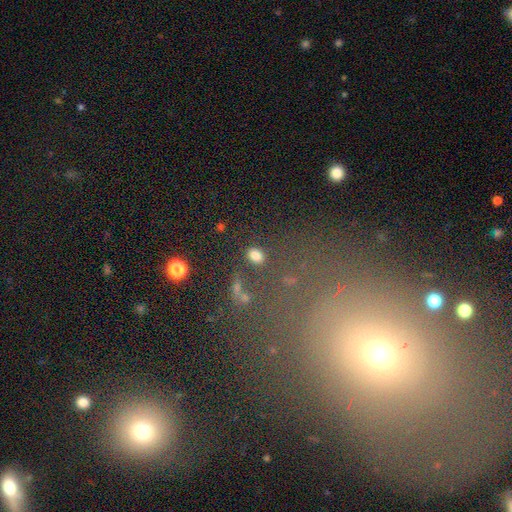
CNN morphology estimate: Smooth or featured? Predicted: smooth (p=0.79). How rounded? Predicted: in between (p=0.64). Merging? Predicted: none (p=0.79).